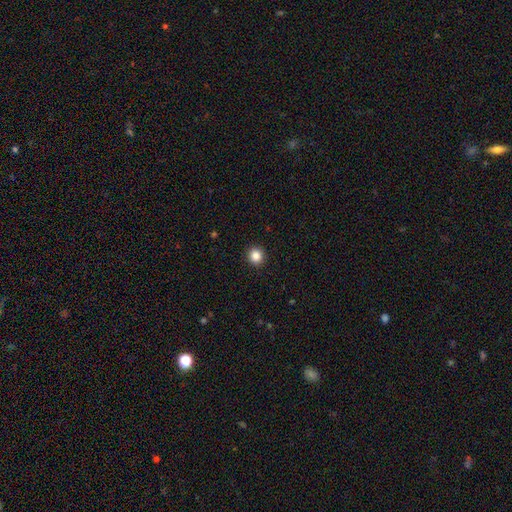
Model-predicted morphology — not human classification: Overall: smooth (86%). How rounded: round (91%). Merging: none (93%).